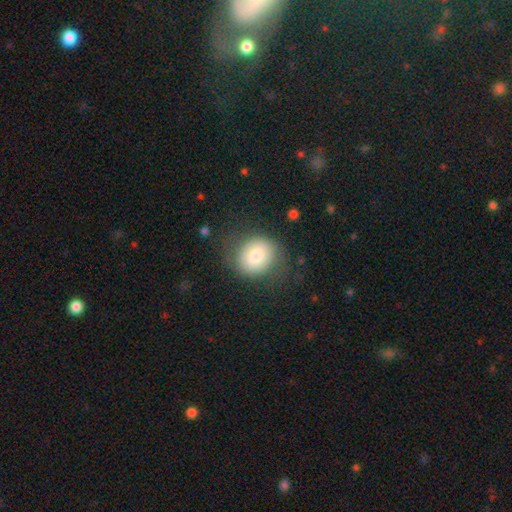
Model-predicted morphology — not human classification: Smooth or featured: smooth — 76% (featured or disk — 15%)
How rounded: round — 76% (in between — 23%)
Merging: none — 71% (minor disturbance — 17%)